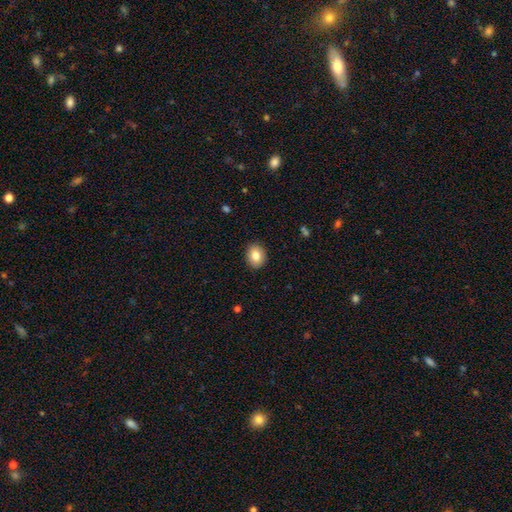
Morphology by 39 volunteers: Overall: smooth (87%). How rounded: round (53%; in between 47%). Merging: none (92%).